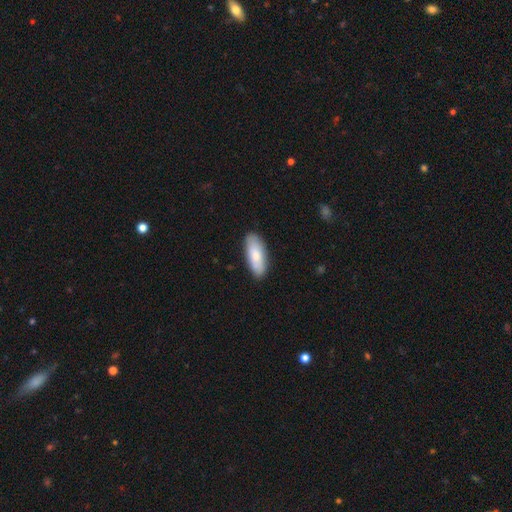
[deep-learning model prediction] Overall: smooth (77%). How rounded: in between (80%). Merging: none (85%).